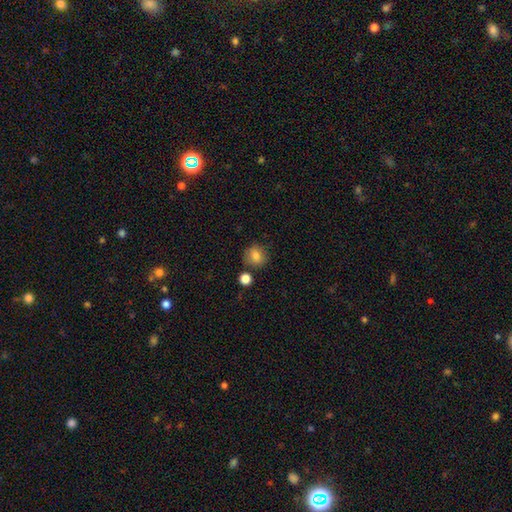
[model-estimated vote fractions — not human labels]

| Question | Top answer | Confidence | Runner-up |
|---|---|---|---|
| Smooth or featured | smooth | 82% | star or artifact (10%) |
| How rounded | round | 81% | in between (18%) |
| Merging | none | 79% | minor disturbance (11%) |